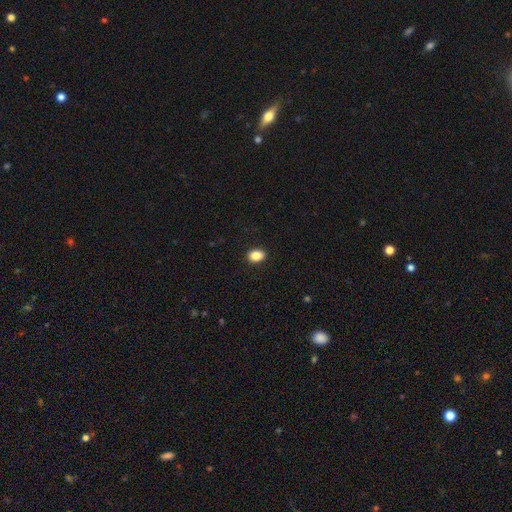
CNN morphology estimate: smooth_or_featured: smooth (p=0.87) [alt: star or artifact p=0.09]
how_rounded: in between (p=0.70) [alt: round p=0.29]
merging: none (p=0.91) [alt: minor disturbance p=0.07]